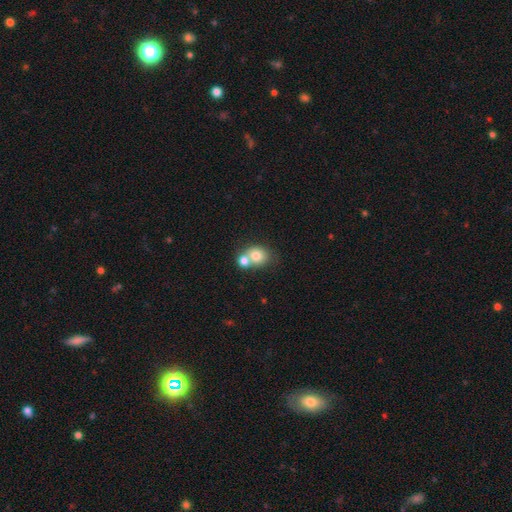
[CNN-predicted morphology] type=smooth (77%); roundness=round (66%); merging=merger (57%).